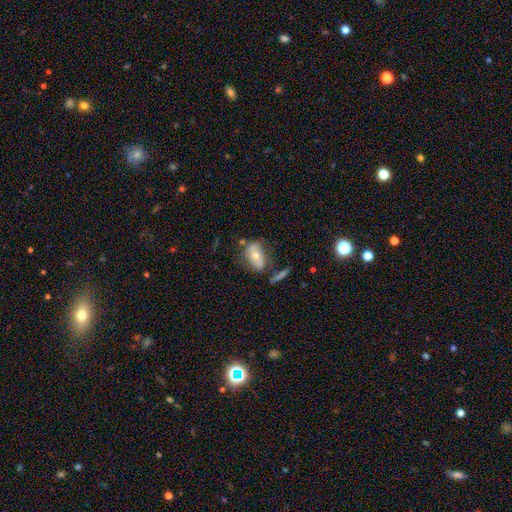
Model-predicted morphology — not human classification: Smooth or featured: smooth — 56% (featured or disk — 37%)
How rounded: in between — 86% (round — 10%)
Merging: none — 54% (minor disturbance — 23%)